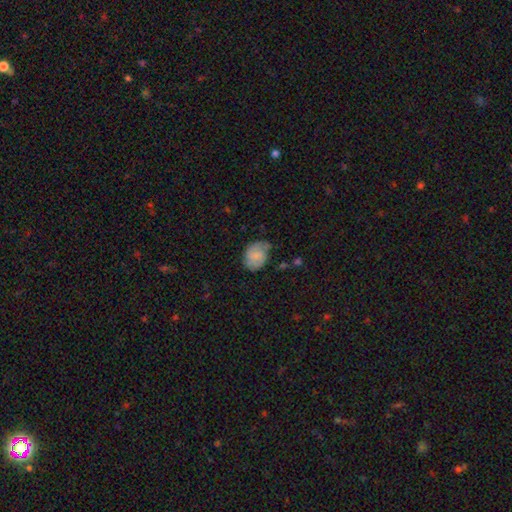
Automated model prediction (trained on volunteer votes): This appears to be a smooth galaxy with no disk features (63%) that is in between round and cigar-shaped (65%). Merging: none (50%).